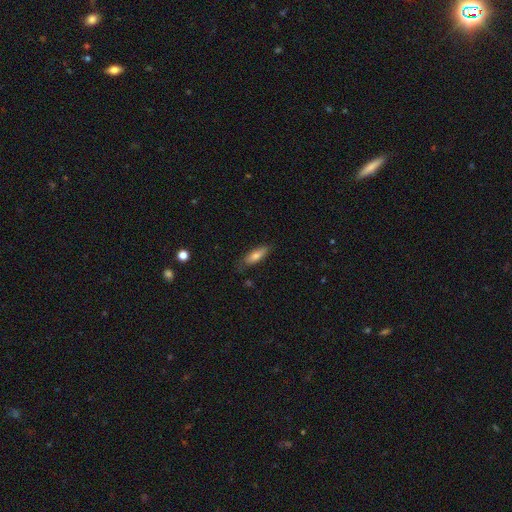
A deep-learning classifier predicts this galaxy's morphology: Smooth or featured: smooth — 70% (featured or disk — 22%)
How rounded: in between — 51% (cigar-shaped — 47%)
Merging: none — 75% (minor disturbance — 20%)